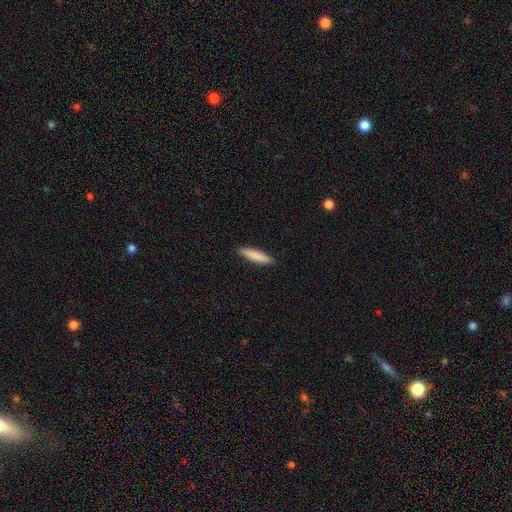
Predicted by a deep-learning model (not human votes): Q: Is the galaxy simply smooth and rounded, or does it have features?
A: smooth — 85%.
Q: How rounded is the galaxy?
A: cigar-shaped — 85%.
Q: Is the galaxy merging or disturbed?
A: none — 90%.